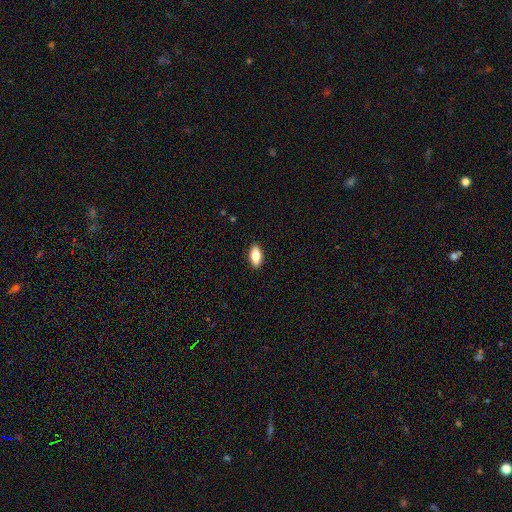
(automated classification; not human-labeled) smooth 79%, featured or disk 15%, star or artifact 7%. Down the decision tree: how rounded — in between (87%); merging — none (90%).